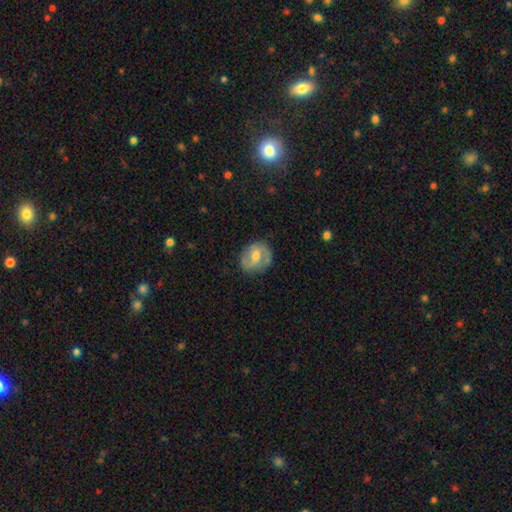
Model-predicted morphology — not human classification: Smooth or featured? featured or disk (64%)
Edge-on disk? no (97%)
Bar? weak (51%)
Spiral arms? yes (80%)
Bulge size? moderate (66%)
Merging? none (77%)